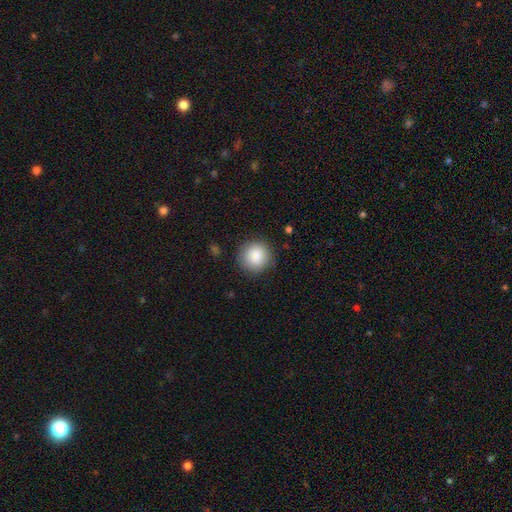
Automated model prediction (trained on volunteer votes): Smooth or featured? Predicted: smooth (p=0.87). How rounded? Predicted: round (p=0.93). Merging? Predicted: none (p=0.88).